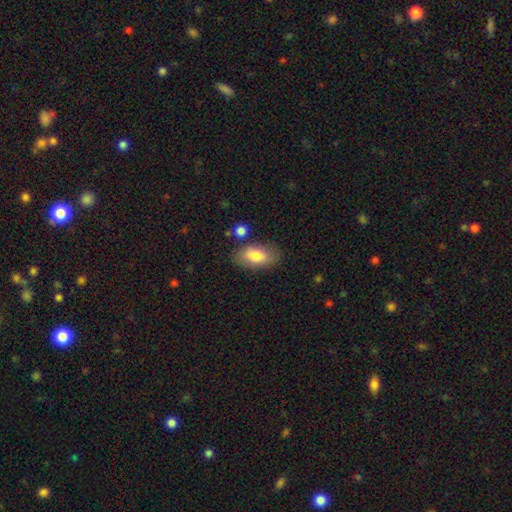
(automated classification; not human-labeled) This appears to be a smooth galaxy with no disk features (79%) that is in between round and cigar-shaped (91%). Merging: none (75%).